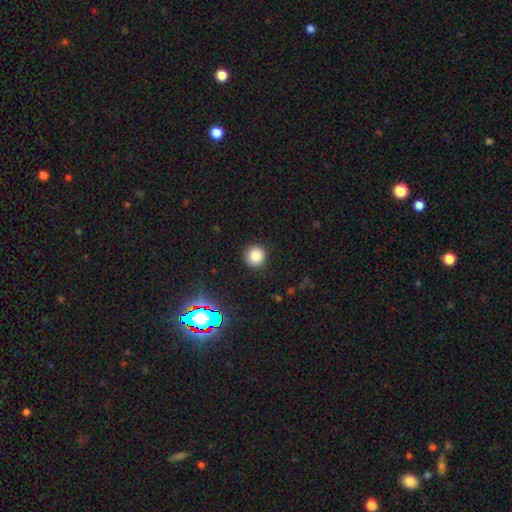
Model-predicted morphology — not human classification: Smooth or featured? smooth (83%)
How rounded? round (94%)
Merging? none (91%)